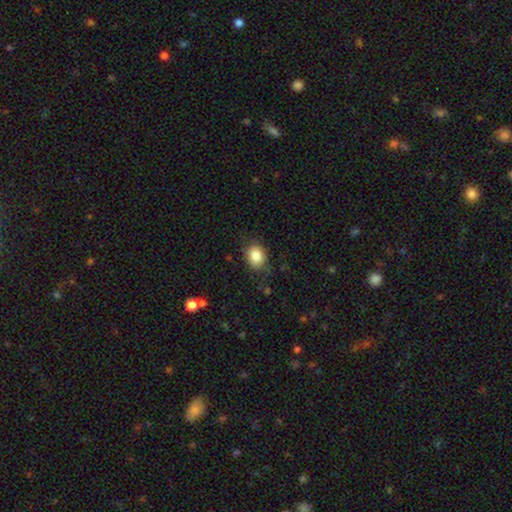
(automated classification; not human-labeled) Q: Smooth or featured?
A: smooth (85%); runner-up: star or artifact (9%)
Q: How rounded?
A: in between (55%); runner-up: round (44%)
Q: Merging?
A: none (73%); runner-up: minor disturbance (19%)